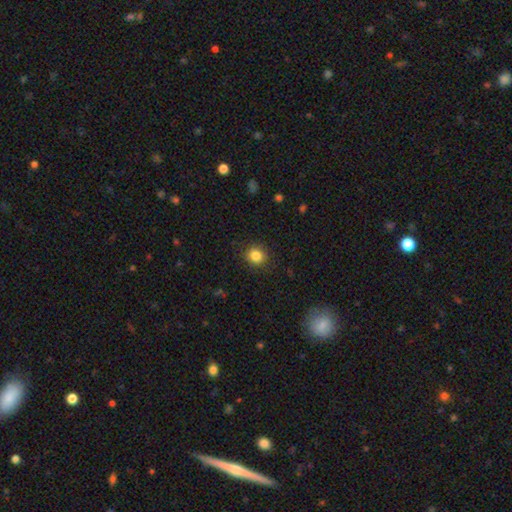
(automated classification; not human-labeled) Q: Smooth or featured?
A: smooth (85%); runner-up: star or artifact (10%)
Q: How rounded?
A: round (80%); runner-up: in between (19%)
Q: Merging?
A: none (88%); runner-up: minor disturbance (8%)